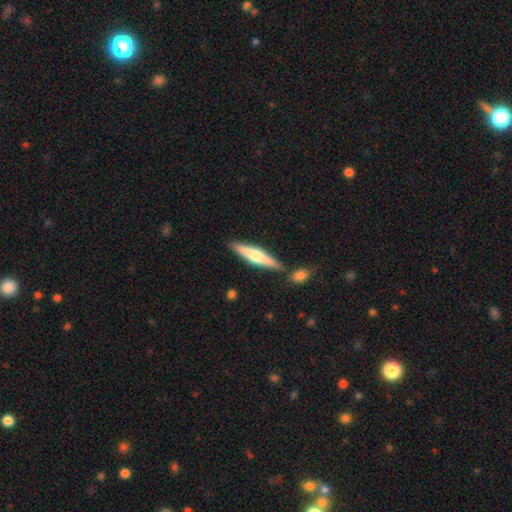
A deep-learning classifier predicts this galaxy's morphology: Smooth or featured: featured or disk — 48% (smooth — 46%)
Merging: none — 79% (minor disturbance — 10%)